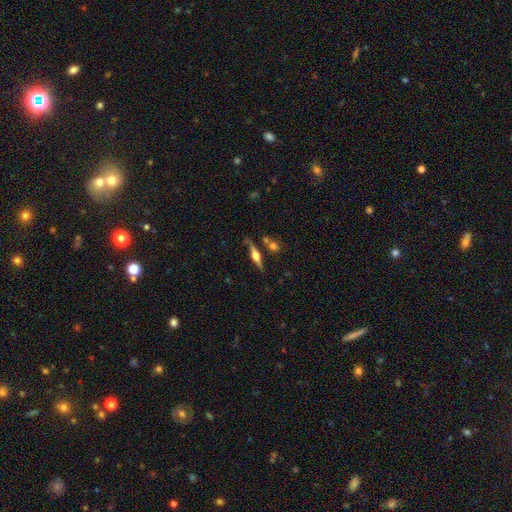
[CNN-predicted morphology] A featured or disk galaxy (70%) viewed edge-on (96%) with a rounded central bulge (93%).

Vote fractions:
- Smooth or featured? featured or disk: 70% / smooth: 24% / star or artifact: 6%
- Edge-on disk? yes: 96% / no: 4%
- Edge-on bulge? rounded: 93% / boxy: 5% / none: 2%
- Merging? none: 74% / minor disturbance: 13% / merger: 9% / major disturbance: 4%